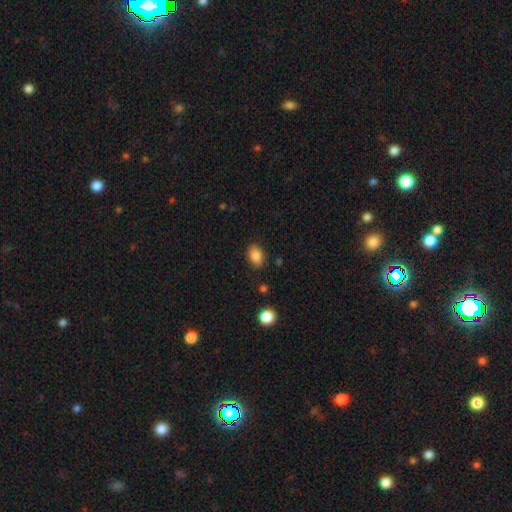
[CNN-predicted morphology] smooth_or_featured: smooth (p=0.87) [alt: star or artifact p=0.09]
how_rounded: in between (p=0.83) [alt: round p=0.15]
merging: none (p=0.86) [alt: minor disturbance p=0.10]